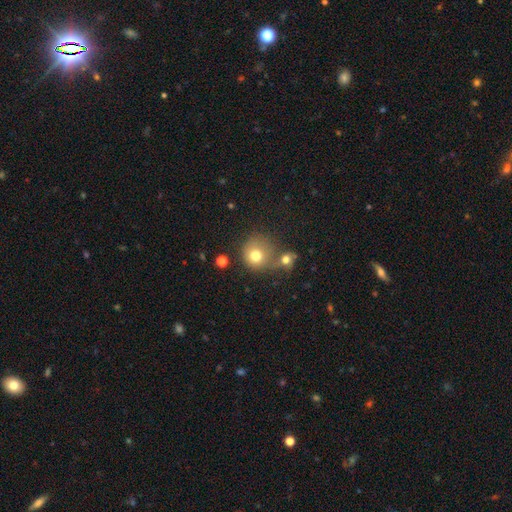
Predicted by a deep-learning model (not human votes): A smooth galaxy with no disk features (76%) that is round (88%). Merging: none (49%).